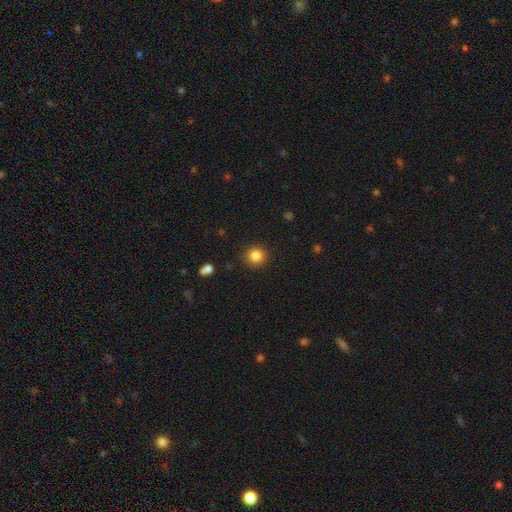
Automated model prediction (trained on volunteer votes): smooth 84%, star or artifact 11%, featured or disk 5%. Down the decision tree: how rounded — round (94%); merging — none (91%).